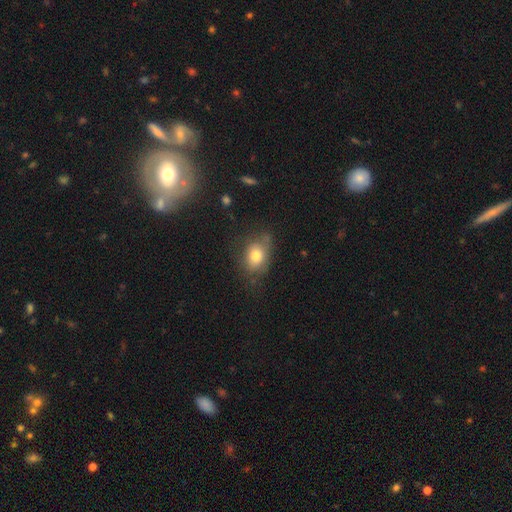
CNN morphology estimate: Smooth or featured? Predicted: smooth (p=0.75). How rounded? Predicted: in between (p=0.60). Merging? Predicted: none (p=0.58).